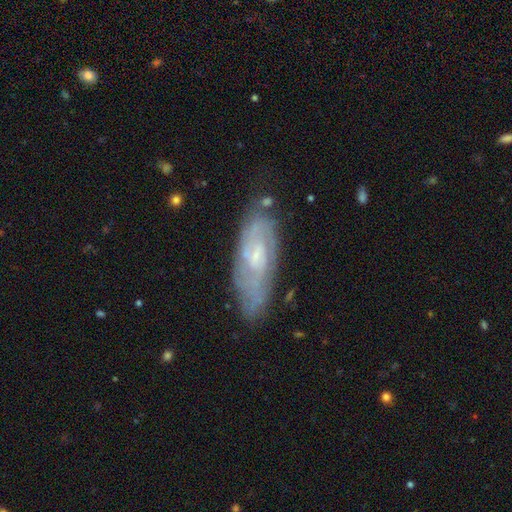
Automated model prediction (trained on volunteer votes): Smooth or featured? Predicted: featured or disk (p=0.69). Edge-on disk? Predicted: no (p=0.82). Bar? Predicted: no (p=0.49). Spiral arms? Predicted: yes (p=0.84). Bulge size? Predicted: small (p=0.59). Merging? Predicted: none (p=0.73).